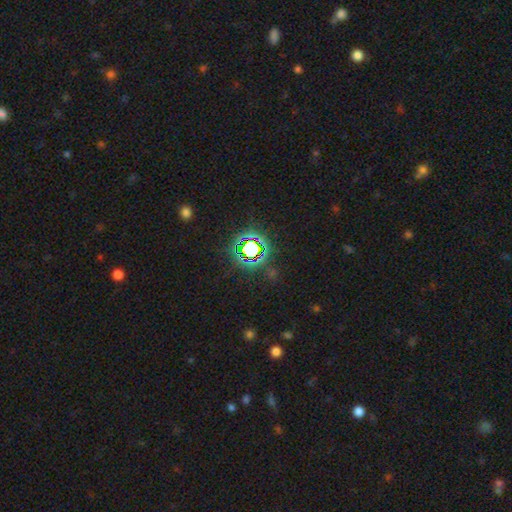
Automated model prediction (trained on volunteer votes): star or artifact 79%, smooth 13%, featured or disk 8%.